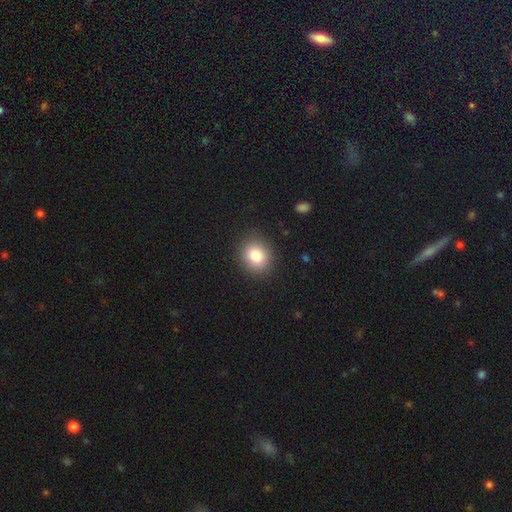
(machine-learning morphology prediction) A smooth galaxy with no disk features (83%) that is round (69%).

Vote fractions:
- Smooth or featured? smooth: 83% / star or artifact: 10% / featured or disk: 7%
- How rounded? round: 69% / in between: 30% / cigar-shaped: 1%
- Merging? none: 88% / minor disturbance: 8% / major disturbance: 3% / merger: 1%